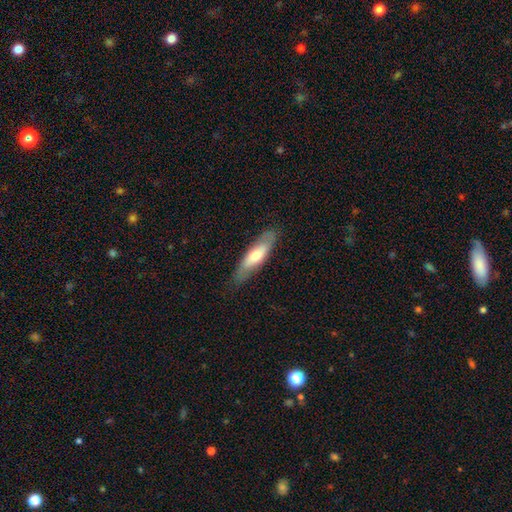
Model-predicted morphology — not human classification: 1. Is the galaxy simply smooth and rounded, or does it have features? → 59% smooth, 36% featured or disk, 6% star or artifact.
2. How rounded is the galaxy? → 55% cigar-shaped, 43% in between, 2% round.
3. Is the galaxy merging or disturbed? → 79% none, 16% minor disturbance, 4% major disturbance, 1% merger.